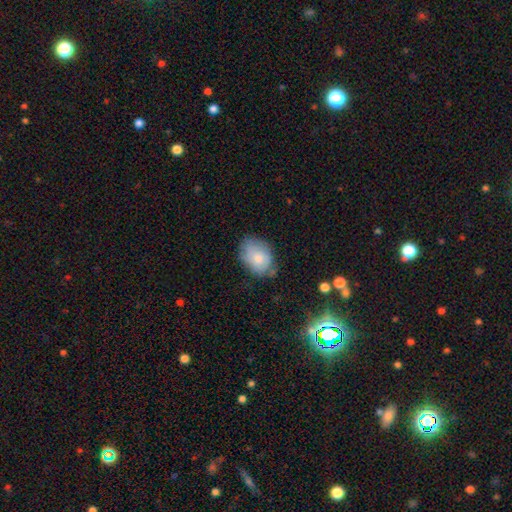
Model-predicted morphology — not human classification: smooth_or_featured: smooth (p=0.70) [alt: featured or disk p=0.20]
how_rounded: in between (p=0.72) [alt: round p=0.27]
merging: none (p=0.67) [alt: minor disturbance p=0.25]